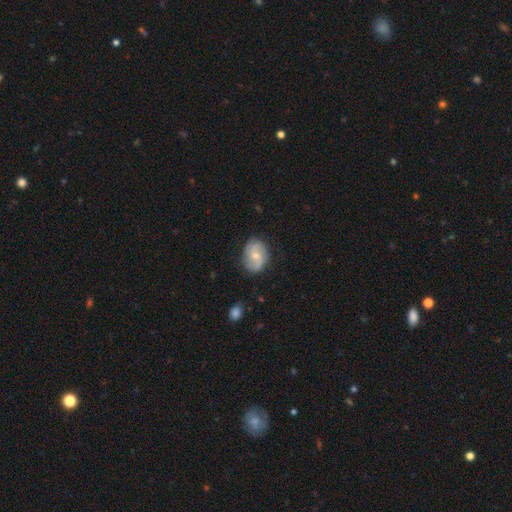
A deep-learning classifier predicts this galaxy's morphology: featured or disk 61%, smooth 33%, star or artifact 6%. Down the decision tree: edge-on disk — no (97%); bar — no (51%); spiral arms — yes (89%); spiral arm count — 2 (84%); spiral winding — medium (43%); bulge size — moderate (50%); merging — none (77%).